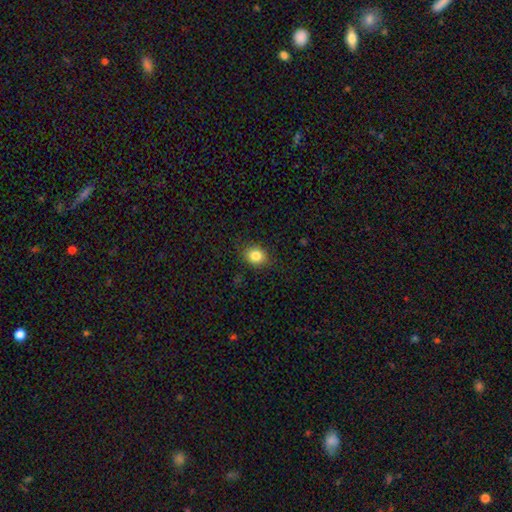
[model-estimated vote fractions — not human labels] A smooth galaxy with no disk features (84%) that is round (67%).

Vote fractions:
- Smooth or featured? smooth: 84% / star or artifact: 10% / featured or disk: 6%
- How rounded? round: 67% / in between: 32% / cigar-shaped: 1%
- Merging? none: 86% / minor disturbance: 11% / major disturbance: 3% / merger: 1%